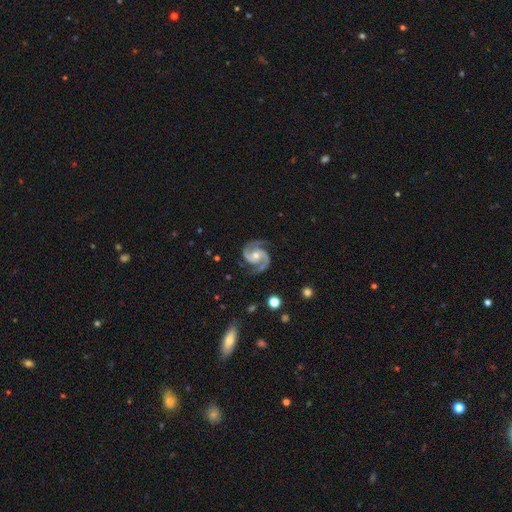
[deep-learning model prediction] Morphology: type=featured or disk (94%); edge-on=no (98%); bar=no (61%); spiral arms=yes (99%); winding=medium (61%); arm count=2 (93%); bulge=moderate (55%); merging=none (81%).